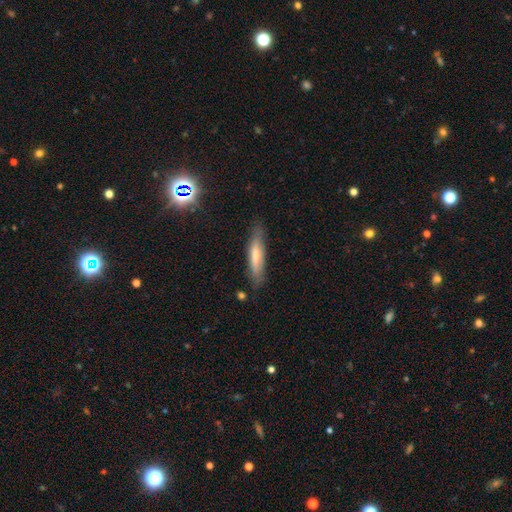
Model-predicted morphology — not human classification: This appears to be a smooth galaxy with no disk features (62%) that is cigar-shaped (78%). Merging: none (78%).